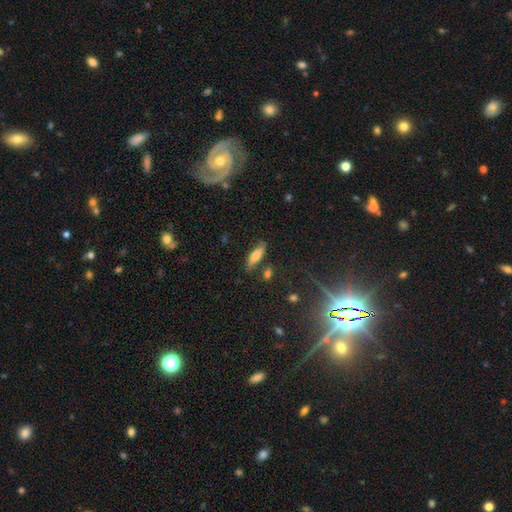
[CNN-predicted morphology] The model was most divided on "how rounded": cigar-shaped: 51%, in between: 47%, round: 2%. More confident: smooth or featured — smooth (74%); merging — none (73%).